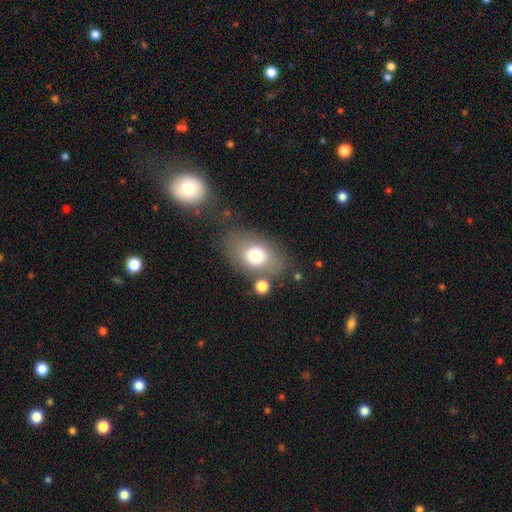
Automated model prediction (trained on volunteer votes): smooth_or_featured: smooth (p=0.73) [alt: featured or disk p=0.17]
how_rounded: in between (p=0.79) [alt: round p=0.19]
merging: none (p=0.68) [alt: minor disturbance p=0.16]